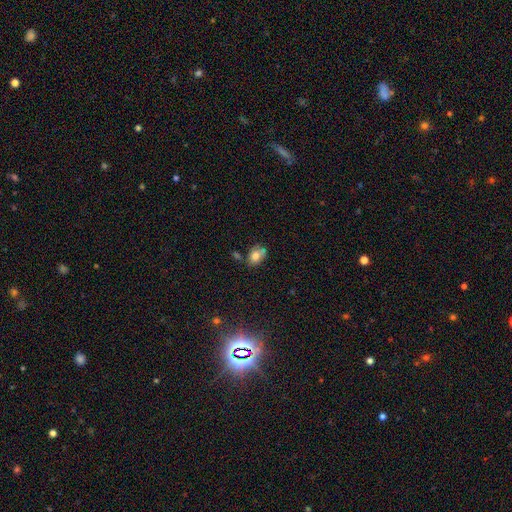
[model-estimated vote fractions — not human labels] smooth 75%, featured or disk 15%, star or artifact 10%. Down the decision tree: how rounded — in between (72%); merging — none (50%).